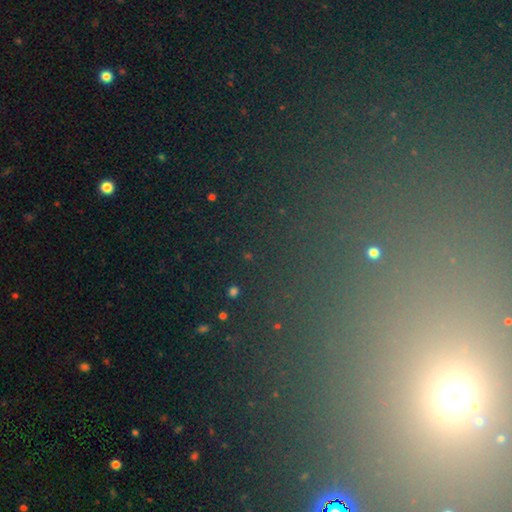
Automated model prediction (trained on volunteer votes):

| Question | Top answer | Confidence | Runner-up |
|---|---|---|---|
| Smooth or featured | star or artifact | 71% | smooth (17%) |